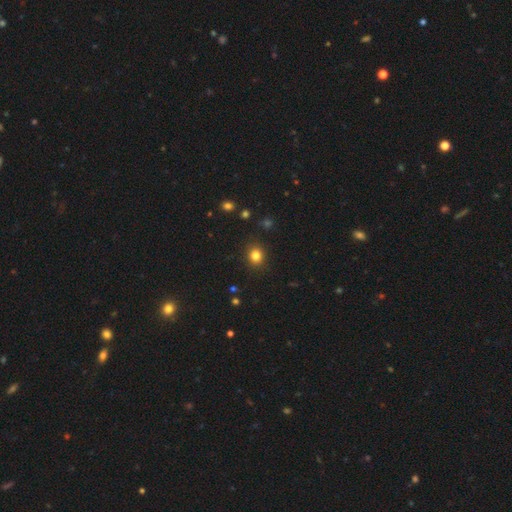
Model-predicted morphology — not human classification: smooth 82%, star or artifact 13%, featured or disk 5%. Down the decision tree: how rounded — round (75%); merging — none (89%).